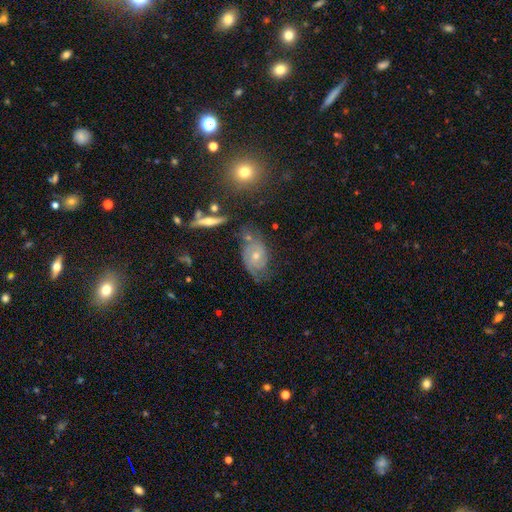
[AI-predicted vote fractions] Overall: featured or disk (70%). Edge-on disk: no (93%). Bar: no (75%). Spiral arms: yes (88%). Spiral arm count: 2 (51%; can't tell 28%). Spiral winding: tight (54%; medium 33%). Bulge size: moderate (49%; small 46%). Merging: none (54%; minor disturbance 26%).